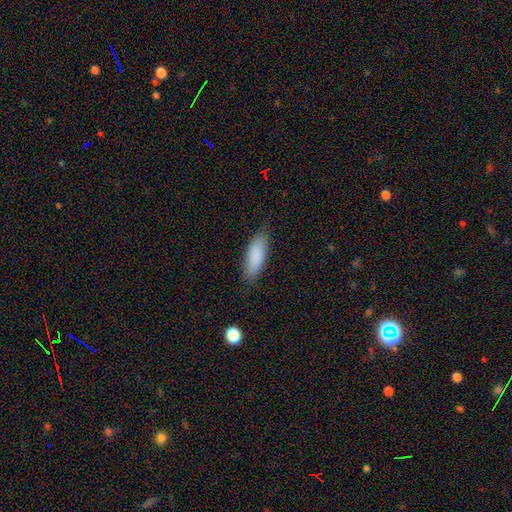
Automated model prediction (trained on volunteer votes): smooth 87%, featured or disk 7%, star or artifact 6%. Down the decision tree: how rounded — in between (67%); merging — none (82%).